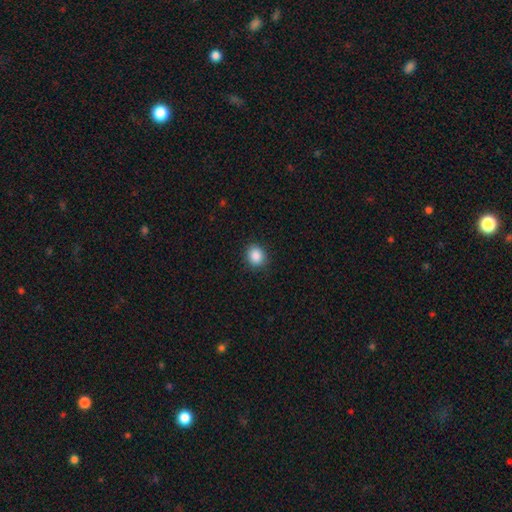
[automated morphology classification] Smooth or featured? Predicted: smooth (p=0.88). How rounded? Predicted: round (p=0.68). Merging? Predicted: none (p=0.89).